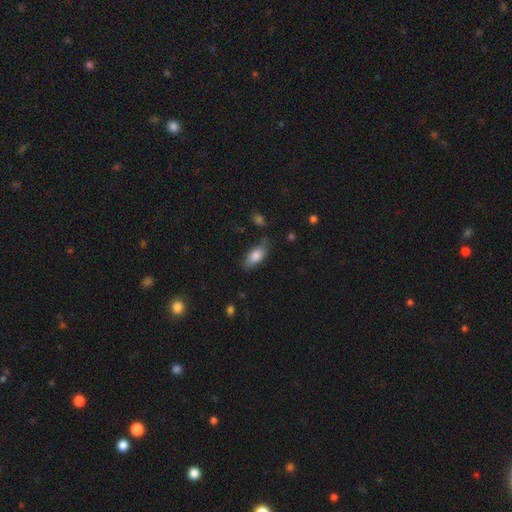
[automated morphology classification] Overall: smooth (79%). How rounded: in between (83%). Merging: none (71%).